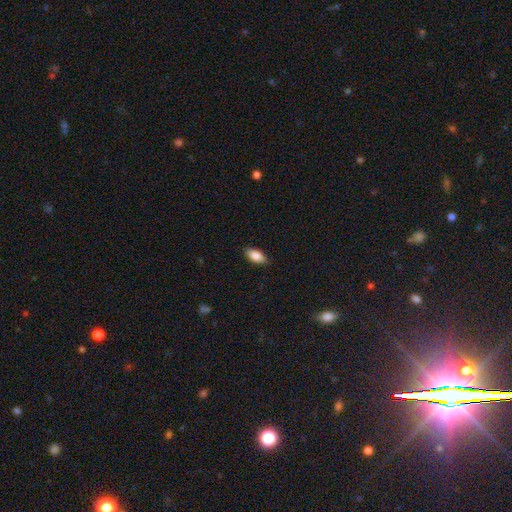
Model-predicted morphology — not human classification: type=smooth (85%); roundness=in between (90%); merging=none (87%).